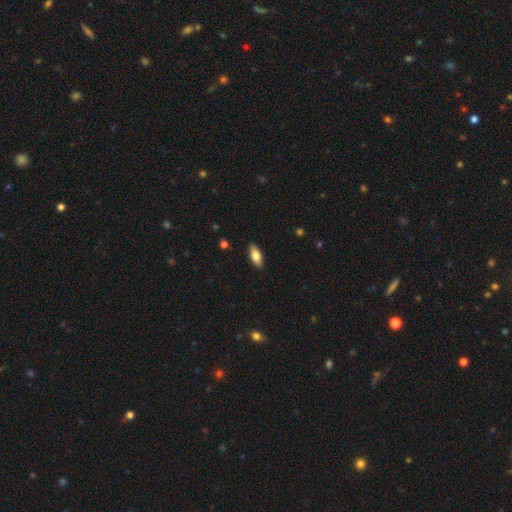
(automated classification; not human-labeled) Smooth or featured?
  - smooth: 75% *
  - featured or disk: 19%
  - star or artifact: 6%
How rounded?
  - in between: 82% *
  - cigar-shaped: 16%
  - round: 3%
Merging?
  - none: 88% *
  - minor disturbance: 9%
  - major disturbance: 2%
  - merger: 1%